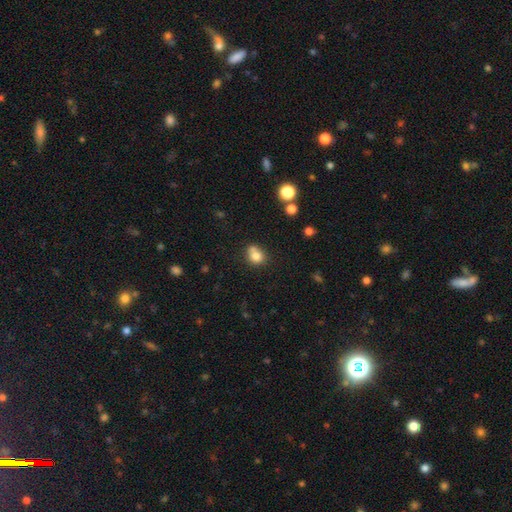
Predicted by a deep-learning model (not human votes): Smooth or featured?
  - smooth: 78% *
  - star or artifact: 12%
  - featured or disk: 10%
How rounded?
  - round: 71% *
  - in between: 28%
  - cigar-shaped: 1%
Merging?
  - none: 50% *
  - merger: 30%
  - minor disturbance: 15%
  - major disturbance: 5%